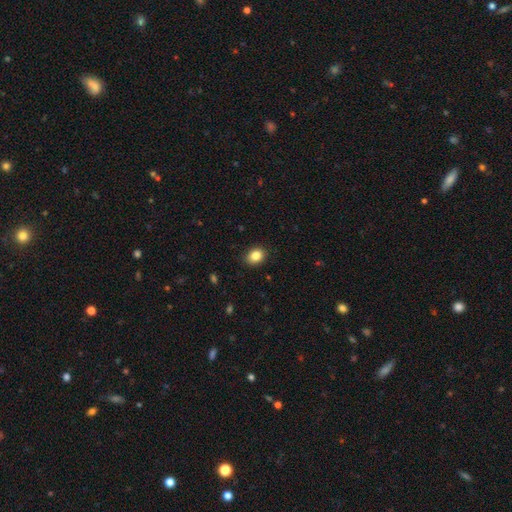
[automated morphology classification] Smooth or featured? Predicted: smooth (p=0.85). How rounded? Predicted: in between (p=0.56). Merging? Predicted: none (p=0.88).